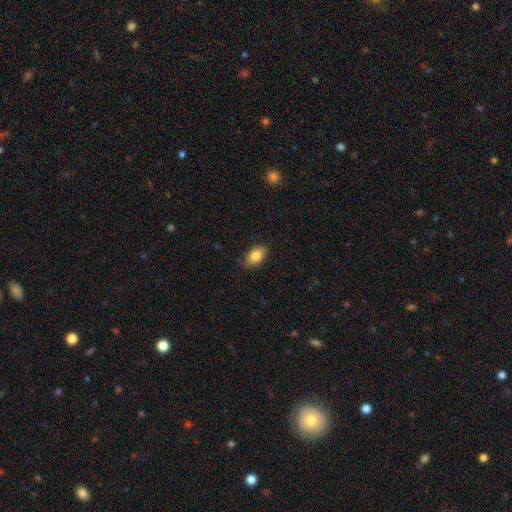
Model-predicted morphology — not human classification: The model was most divided on "merging": none: 83%, minor disturbance: 13%, major disturbance: 2%, merger: 1%. More confident: how rounded — in between (90%); smooth or featured — smooth (83%).